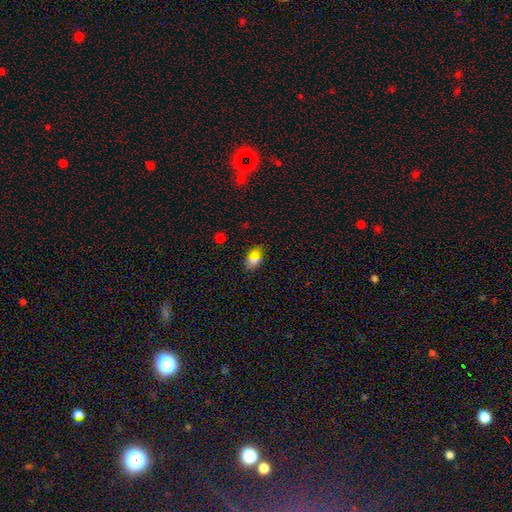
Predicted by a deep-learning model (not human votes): This appears to be a smooth galaxy with no disk features (74%) that is in between round and cigar-shaped (83%). Merging: none (80%).